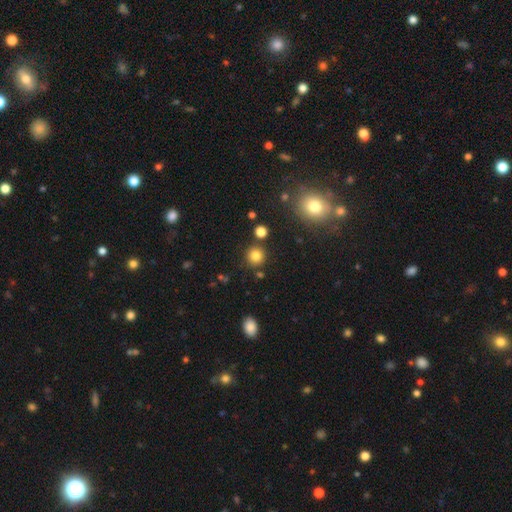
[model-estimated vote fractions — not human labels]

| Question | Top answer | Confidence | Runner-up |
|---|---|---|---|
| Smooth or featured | smooth | 81% | star or artifact (13%) |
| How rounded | round | 92% | in between (7%) |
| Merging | none | 85% | minor disturbance (7%) |